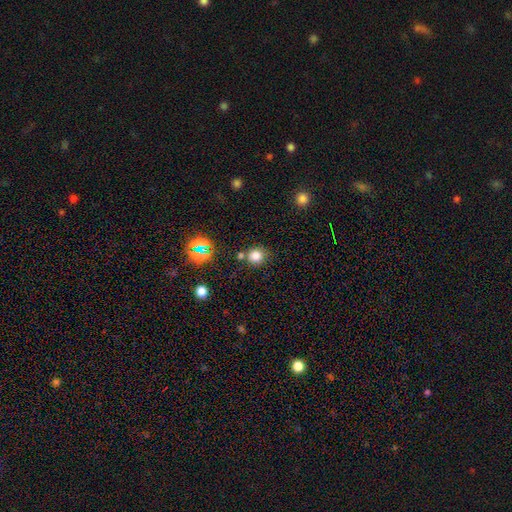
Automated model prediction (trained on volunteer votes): Morphology: type=smooth (76%); roundness=round (87%); merging=none (71%).